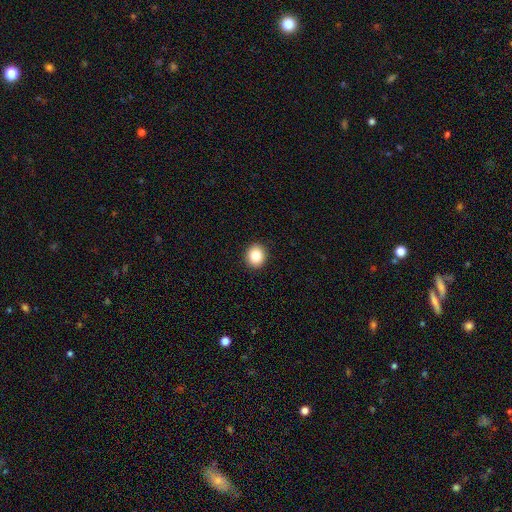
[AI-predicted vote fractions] Smooth or featured? smooth (86%)
How rounded? round (78%)
Merging? none (92%)